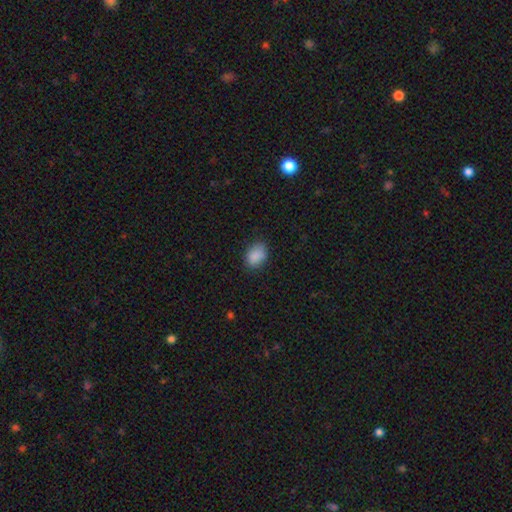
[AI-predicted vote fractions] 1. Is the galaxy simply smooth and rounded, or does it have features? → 88% smooth, 8% star or artifact, 4% featured or disk.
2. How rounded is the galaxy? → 75% in between, 24% round, 1% cigar-shaped.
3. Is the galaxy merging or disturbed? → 81% none, 15% minor disturbance, 3% major disturbance, 1% merger.